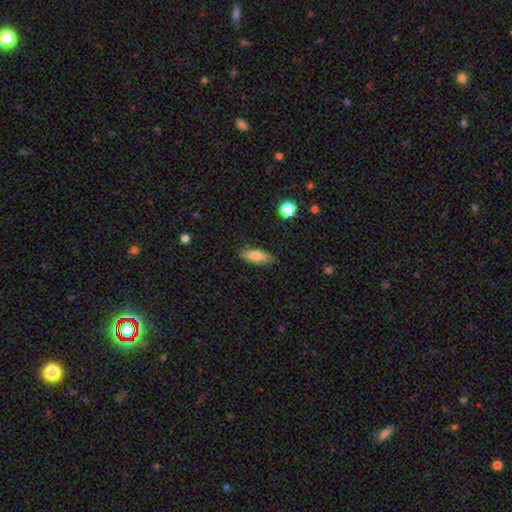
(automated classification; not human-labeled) Q: Smooth or featured?
A: smooth (79%); runner-up: featured or disk (14%)
Q: How rounded?
A: in between (73%); runner-up: cigar-shaped (24%)
Q: Merging?
A: none (81%); runner-up: minor disturbance (15%)